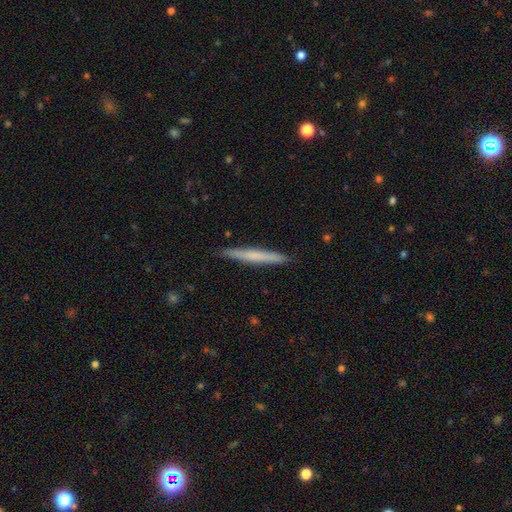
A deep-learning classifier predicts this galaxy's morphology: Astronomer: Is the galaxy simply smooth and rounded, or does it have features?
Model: smooth — 57% (runner-up: featured or disk, 37%).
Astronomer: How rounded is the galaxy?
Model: cigar-shaped — 96%.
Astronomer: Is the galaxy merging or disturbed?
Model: none — 91%.